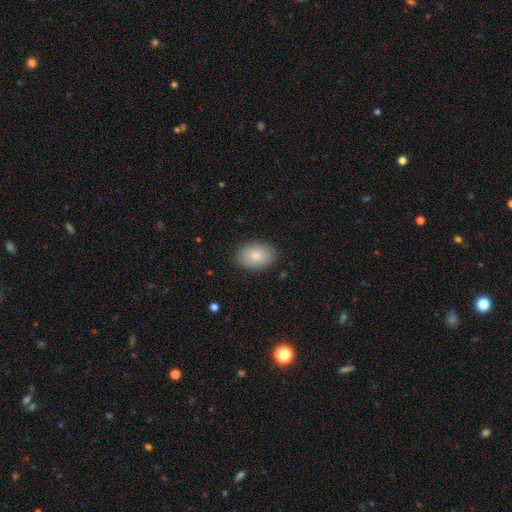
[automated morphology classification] A smooth galaxy with no disk features (84%) that is in between round and cigar-shaped (86%). Merging: none (87%).